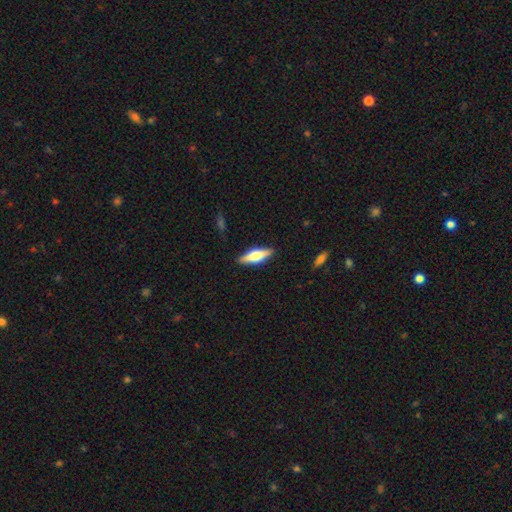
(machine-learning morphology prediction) The model was most divided on "smooth or featured": featured or disk: 49%, smooth: 45%, star or artifact: 6%. More confident: merging — none (89%).